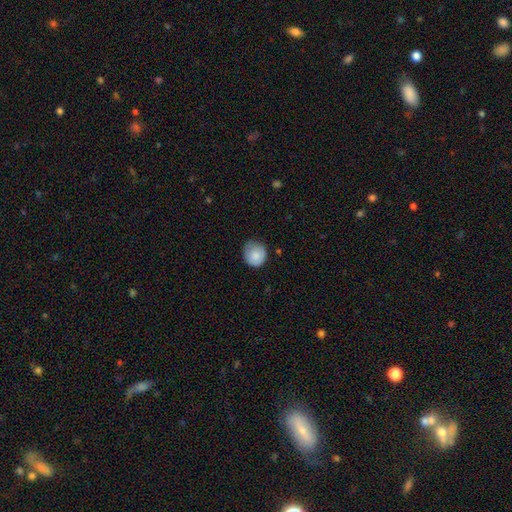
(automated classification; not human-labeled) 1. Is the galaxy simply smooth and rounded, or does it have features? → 83% smooth, 9% featured or disk, 7% star or artifact.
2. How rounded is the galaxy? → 83% round, 16% in between, 1% cigar-shaped.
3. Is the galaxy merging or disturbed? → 66% none, 27% minor disturbance, 6% major disturbance, 1% merger.